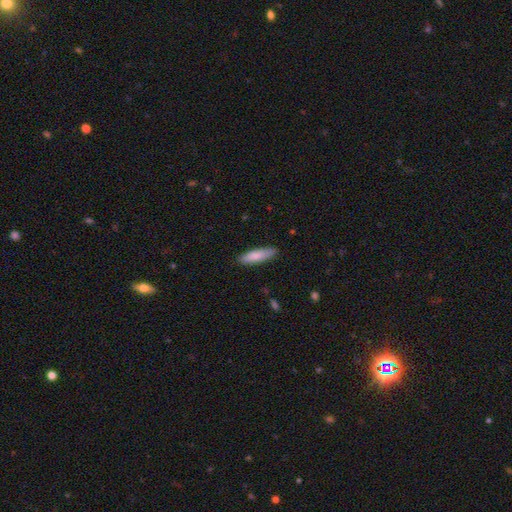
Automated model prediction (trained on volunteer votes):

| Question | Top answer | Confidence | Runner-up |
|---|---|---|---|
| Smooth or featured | smooth | 84% | featured or disk (10%) |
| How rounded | cigar-shaped | 68% | in between (31%) |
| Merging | none | 87% | minor disturbance (10%) |